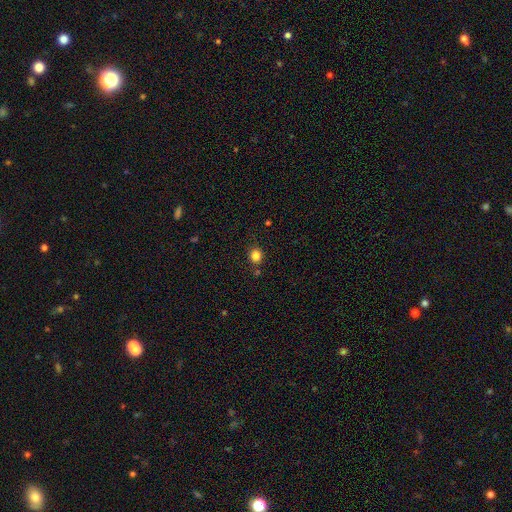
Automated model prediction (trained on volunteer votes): Smooth or featured: smooth — 83% (star or artifact — 12%)
How rounded: round — 77% (in between — 22%)
Merging: none — 83% (minor disturbance — 9%)